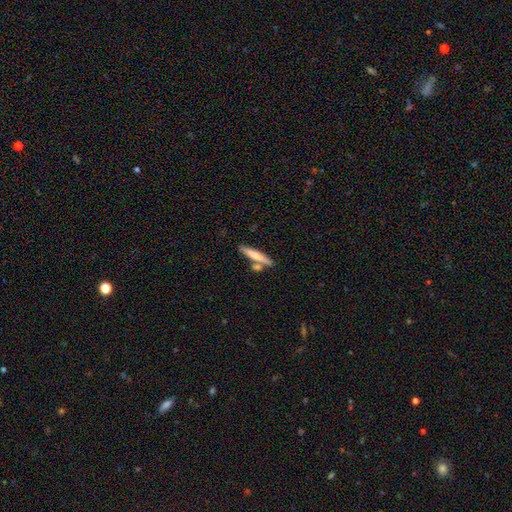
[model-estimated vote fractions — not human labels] A smooth galaxy with no disk features (67%) that is cigar-shaped (87%). Merging: none (67%).